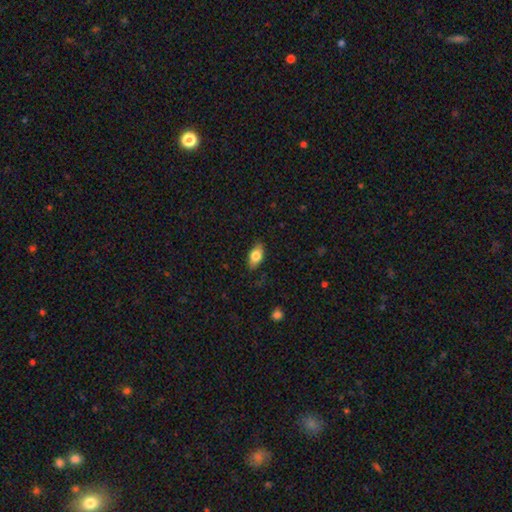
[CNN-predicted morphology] This is likely a smooth galaxy (78%). How rounded: clearly in between (89%). Merging: clearly none (83%).